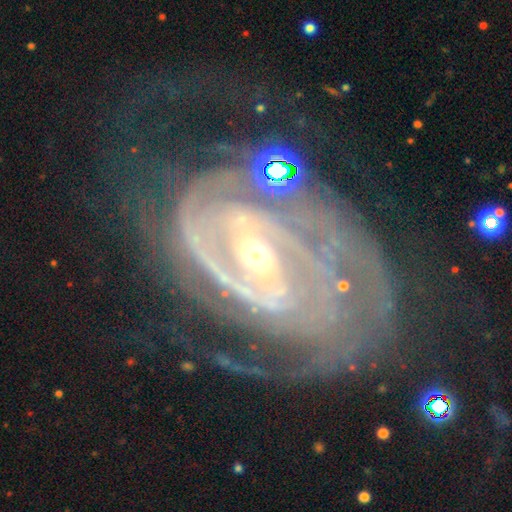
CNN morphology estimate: smooth_or_featured: featured or disk (p=0.90) [alt: star or artifact p=0.06]
disk_edge_on: no (p=0.96) [alt: yes p=0.04]
bar: strong (p=0.46) [alt: weak p=0.36]
has_spiral_arms: yes (p=0.95) [alt: no p=0.05]
spiral_winding: tight (p=0.70) [alt: medium p=0.24]
spiral_arm_count: 2 (p=0.33) [alt: can't tell p=0.29]
bulge_size: small (p=0.50) [alt: moderate p=0.44]
merging: none (p=0.54) [alt: major disturbance p=0.22]